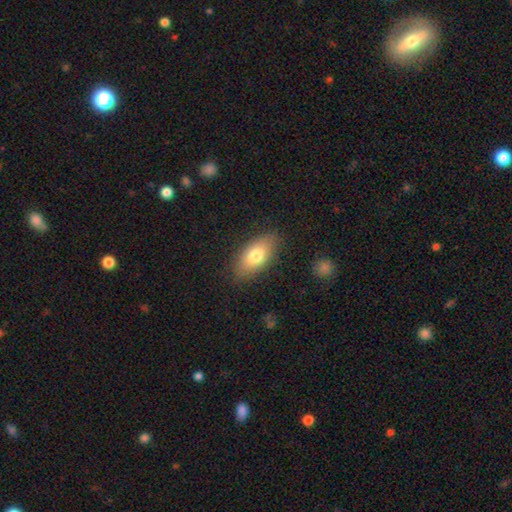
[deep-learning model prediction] Smooth or featured?
  - smooth: 76% *
  - featured or disk: 17%
  - star or artifact: 7%
How rounded?
  - in between: 88% *
  - cigar-shaped: 8%
  - round: 4%
Merging?
  - none: 83% *
  - minor disturbance: 13%
  - major disturbance: 3%
  - merger: 1%